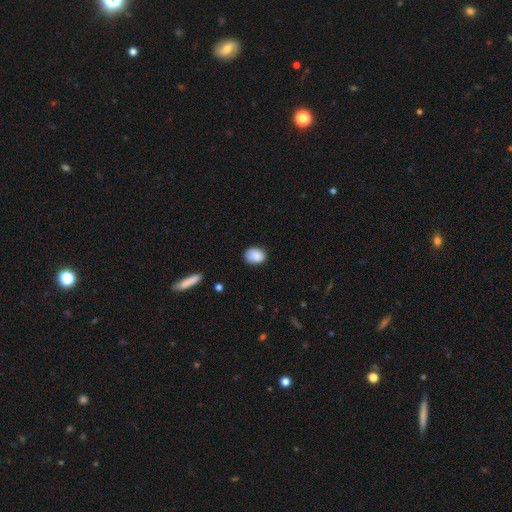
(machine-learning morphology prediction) Overall: smooth (85%). How rounded: in between (63%; round 36%). Merging: none (72%).